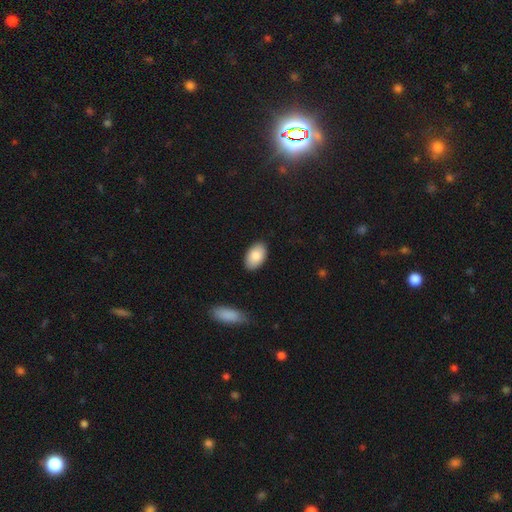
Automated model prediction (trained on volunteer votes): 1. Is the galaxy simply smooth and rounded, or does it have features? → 87% smooth, 7% featured or disk, 6% star or artifact.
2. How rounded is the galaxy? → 94% in between, 5% round, 1% cigar-shaped.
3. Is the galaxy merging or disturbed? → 88% none, 9% minor disturbance, 2% major disturbance, 1% merger.